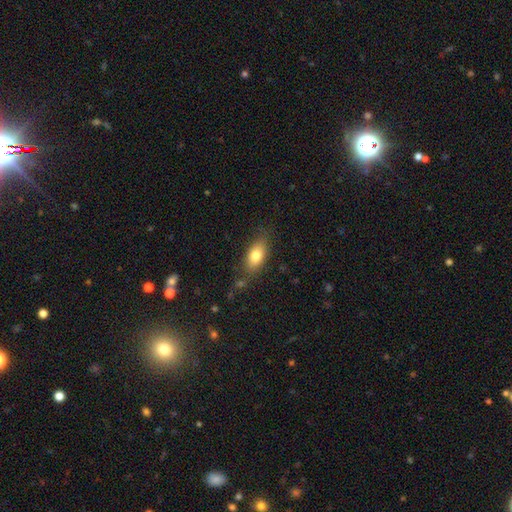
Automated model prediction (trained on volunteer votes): This appears to be a smooth galaxy with no disk features (78%) that is in between round and cigar-shaped (85%). Merging: none (76%).